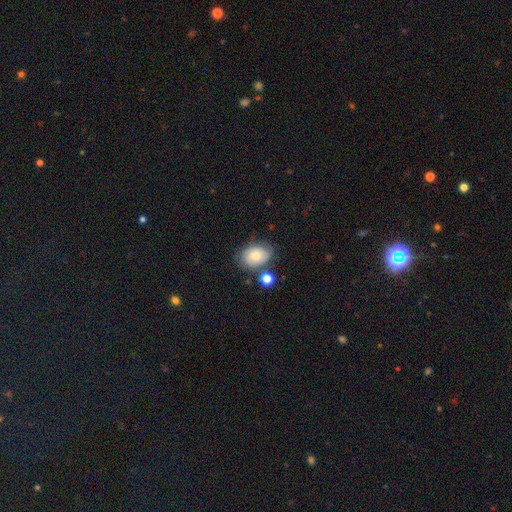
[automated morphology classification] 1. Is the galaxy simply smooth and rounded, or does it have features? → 66% smooth, 25% featured or disk, 9% star or artifact.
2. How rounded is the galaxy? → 73% in between, 26% round, 1% cigar-shaped.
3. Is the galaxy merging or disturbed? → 63% none, 23% minor disturbance, 8% merger, 7% major disturbance.